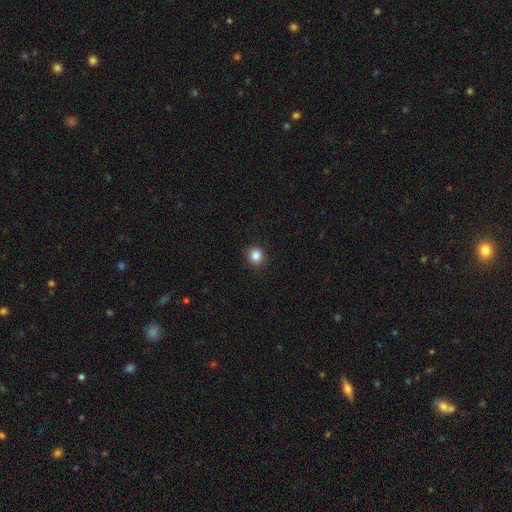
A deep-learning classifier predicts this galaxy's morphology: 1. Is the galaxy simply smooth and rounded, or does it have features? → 85% smooth, 11% star or artifact, 4% featured or disk.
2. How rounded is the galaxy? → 87% round, 12% in between, 1% cigar-shaped.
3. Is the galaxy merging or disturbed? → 90% none, 7% minor disturbance, 2% major disturbance, 1% merger.